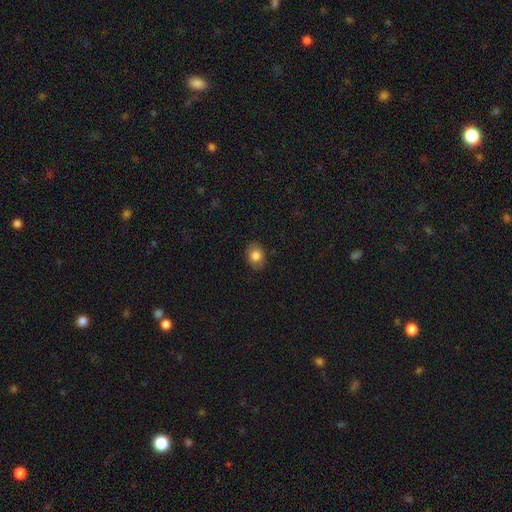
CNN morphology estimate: Smooth or featured?
  - smooth: 81% *
  - featured or disk: 11%
  - star or artifact: 9%
How rounded?
  - in between: 63% *
  - round: 36%
  - cigar-shaped: 1%
Merging?
  - none: 86% *
  - minor disturbance: 10%
  - major disturbance: 2%
  - merger: 1%